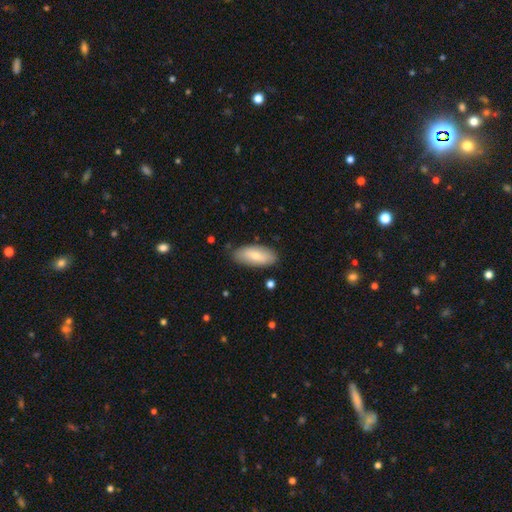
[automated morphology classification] smooth 77%, featured or disk 18%, star or artifact 6%. Down the decision tree: how rounded — in between (86%); merging — none (84%).